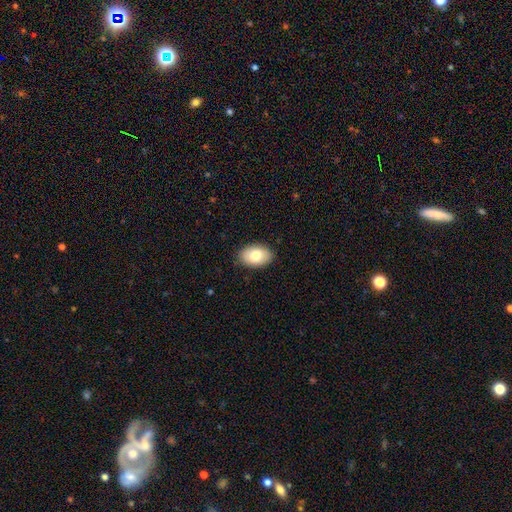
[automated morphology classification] smooth 81%, featured or disk 12%, star or artifact 7%. Down the decision tree: how rounded — in between (90%); merging — none (88%).